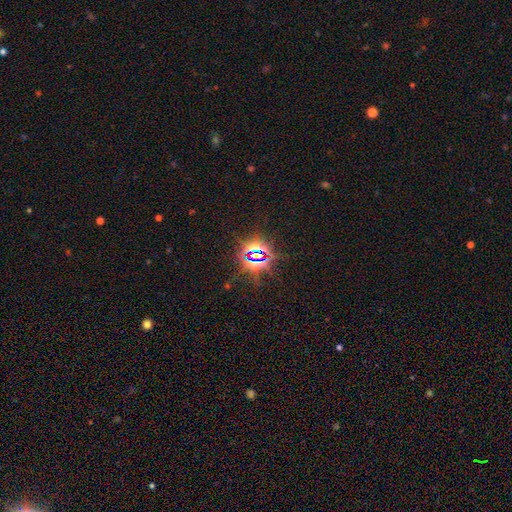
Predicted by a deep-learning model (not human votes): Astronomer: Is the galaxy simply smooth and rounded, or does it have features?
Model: star or artifact — 83%.